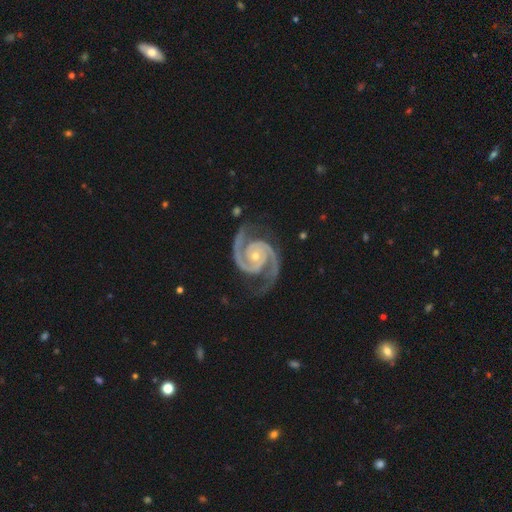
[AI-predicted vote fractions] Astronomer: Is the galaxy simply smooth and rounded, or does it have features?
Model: featured or disk — 95%.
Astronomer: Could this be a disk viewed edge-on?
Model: no — 98%.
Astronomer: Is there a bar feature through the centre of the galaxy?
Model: no — 69%.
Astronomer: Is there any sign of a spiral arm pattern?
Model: yes — 99%.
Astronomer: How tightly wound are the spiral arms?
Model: medium — 48% (runner-up: tight, 46%).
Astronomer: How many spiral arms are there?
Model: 2 — 94%.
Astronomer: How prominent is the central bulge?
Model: small — 55% (runner-up: moderate, 41%).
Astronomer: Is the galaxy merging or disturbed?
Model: none — 79%.